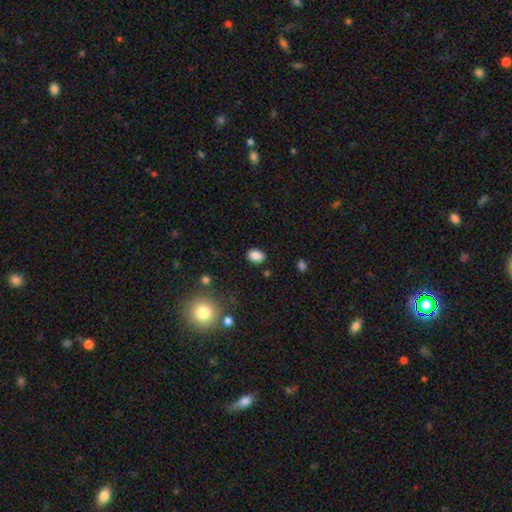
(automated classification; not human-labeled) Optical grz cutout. It shows a smooth galaxy with no disk features (87%) that is in between round and cigar-shaped (80%). Merging: none (86%).